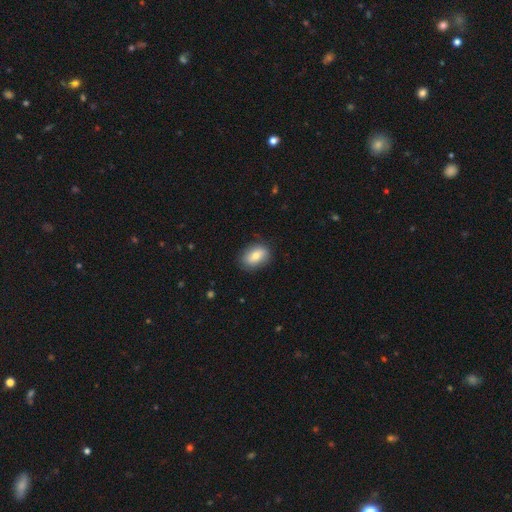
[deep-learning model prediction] A smooth galaxy with no disk features (73%) that is in between round and cigar-shaped (81%). Merging: none (83%).